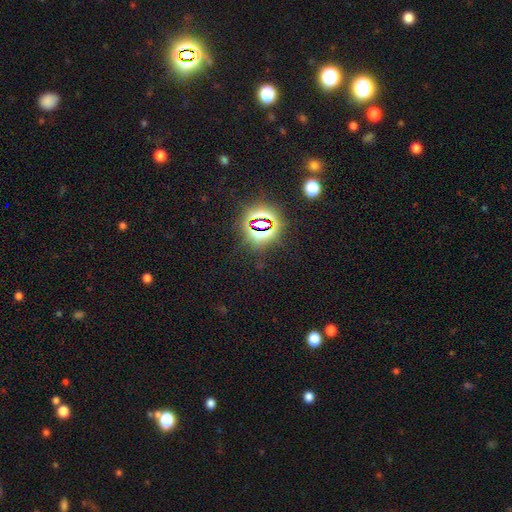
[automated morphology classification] smooth-or-featured: star or artifact: 81% | smooth: 12% | featured or disk: 7%